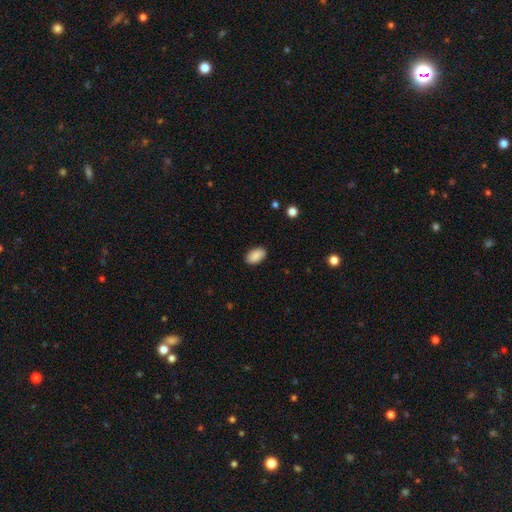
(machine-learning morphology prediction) Smooth or featured? Predicted: smooth (p=0.90). How rounded? Predicted: in between (p=0.94). Merging? Predicted: none (p=0.88).